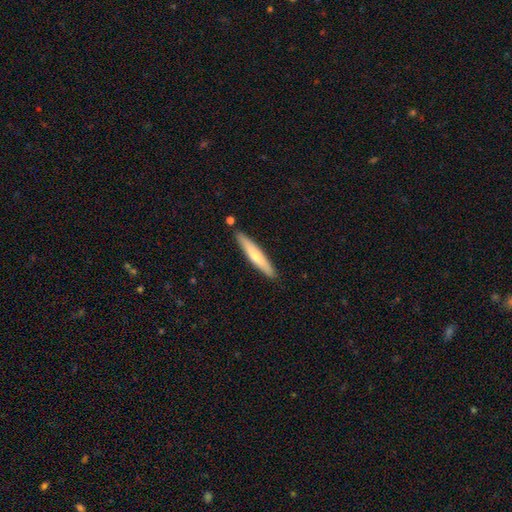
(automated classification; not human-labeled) A smooth galaxy with no disk features (60%) that is cigar-shaped (91%).

Vote fractions:
- Smooth or featured? smooth: 60% / featured or disk: 35% / star or artifact: 5%
- How rounded? cigar-shaped: 91% / in between: 8% / round: 1%
- Merging? none: 87% / minor disturbance: 9% / merger: 3% / major disturbance: 2%